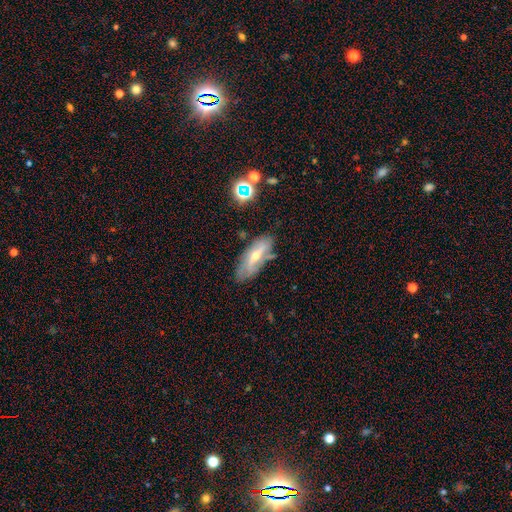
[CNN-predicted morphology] type=featured or disk (60%); edge-on=no (74%); merging=none (66%).